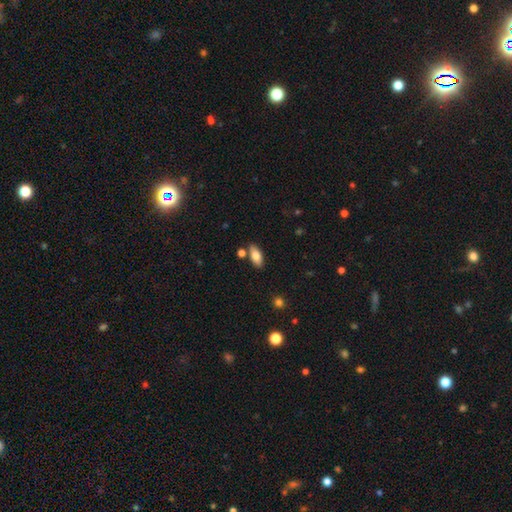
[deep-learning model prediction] smooth-or-featured: smooth: 76% | featured or disk: 17% | star or artifact: 7%
  how-rounded: in between: 84% | cigar-shaped: 13% | round: 3%
  merging: none: 80% | minor disturbance: 11% | merger: 7% | major disturbance: 2%